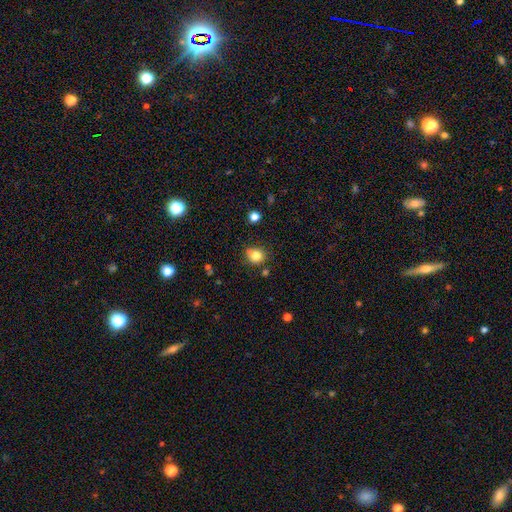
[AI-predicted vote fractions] smooth_or_featured: smooth (p=0.81) [alt: star or artifact p=0.12]
how_rounded: round (p=0.81) [alt: in between p=0.18]
merging: none (p=0.77) [alt: minor disturbance p=0.14]